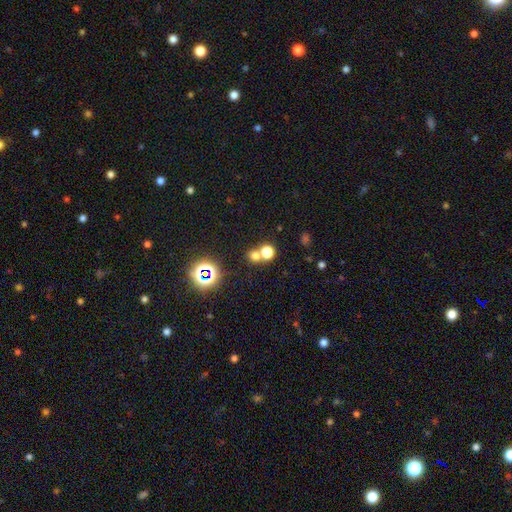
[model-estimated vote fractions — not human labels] This appears to be a smooth galaxy with no disk features (63%) that is round (84%). Merging: none (55%).